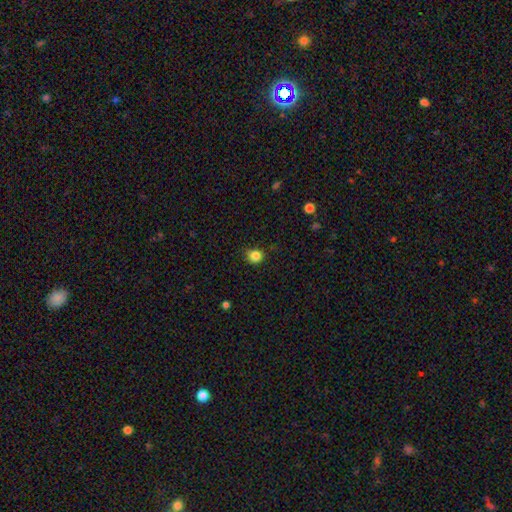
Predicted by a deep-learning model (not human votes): smooth-or-featured: smooth: 84% | star or artifact: 11% | featured or disk: 4%
  how-rounded: round: 80% | in between: 19% | cigar-shaped: 1%
  merging: none: 76% | minor disturbance: 19% | major disturbance: 4% | merger: 1%